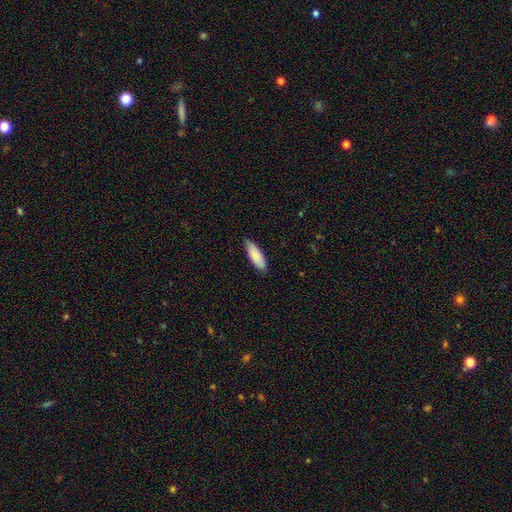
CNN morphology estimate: Smooth or featured? Predicted: smooth (p=0.86). How rounded? Predicted: in between (p=0.62). Merging? Predicted: none (p=0.81).